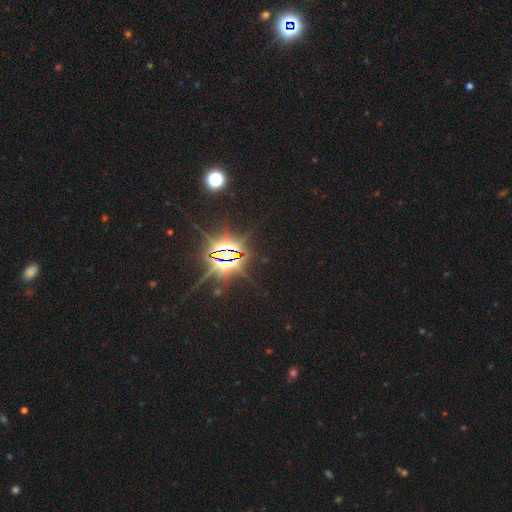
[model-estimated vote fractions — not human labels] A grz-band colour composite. It shows a star or artifact, not a galaxy (86%).